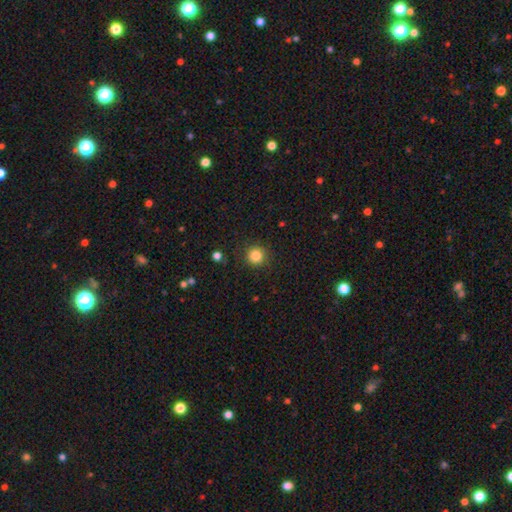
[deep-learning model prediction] This appears to be a smooth galaxy with no disk features (84%) that is round (94%). Merging: none (90%).